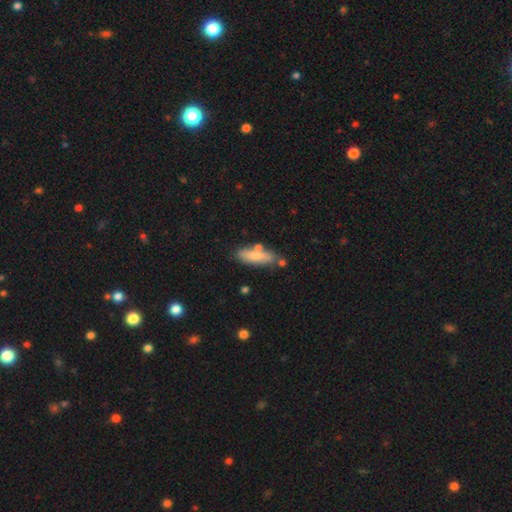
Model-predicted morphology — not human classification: type=smooth (77%); roundness=cigar-shaped (51%); merging=none (69%).